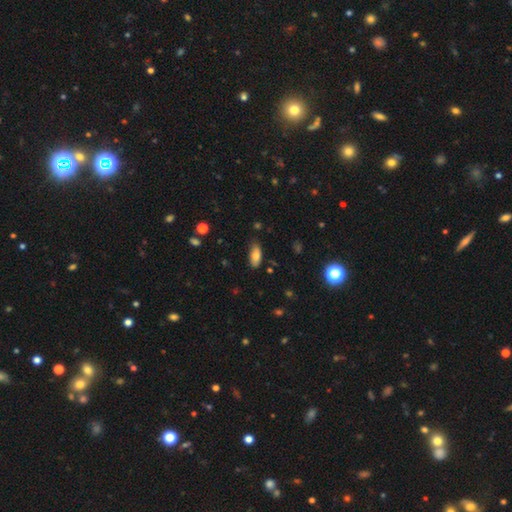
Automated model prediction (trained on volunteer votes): The model was most divided on "merging": none: 71%, minor disturbance: 23%, major disturbance: 4%, merger: 2%. More confident: how rounded — in between (86%); smooth or featured — smooth (77%).